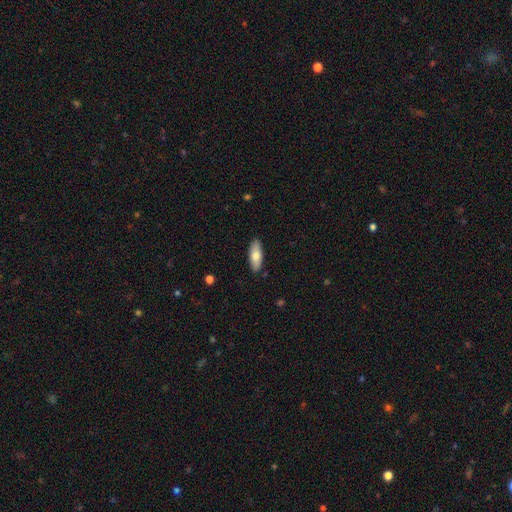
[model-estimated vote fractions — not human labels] Overall: smooth (73%). How rounded: in between (74%). Merging: none (88%).